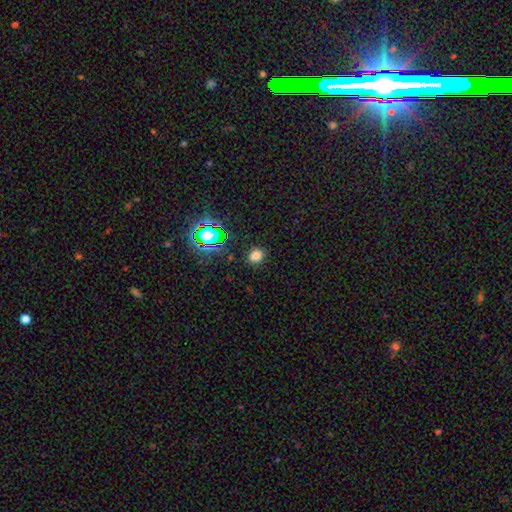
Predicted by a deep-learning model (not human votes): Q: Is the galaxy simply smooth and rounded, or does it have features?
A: smooth — 73%.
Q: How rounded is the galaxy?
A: round — 57%.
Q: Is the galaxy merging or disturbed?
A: none — 87%.